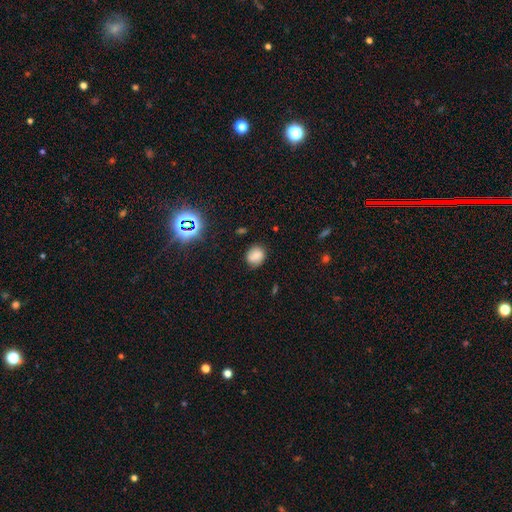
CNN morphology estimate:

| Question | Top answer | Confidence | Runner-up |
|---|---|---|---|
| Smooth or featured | smooth | 74% | star or artifact (14%) |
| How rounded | round | 71% | in between (28%) |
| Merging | none | 77% | minor disturbance (17%) |